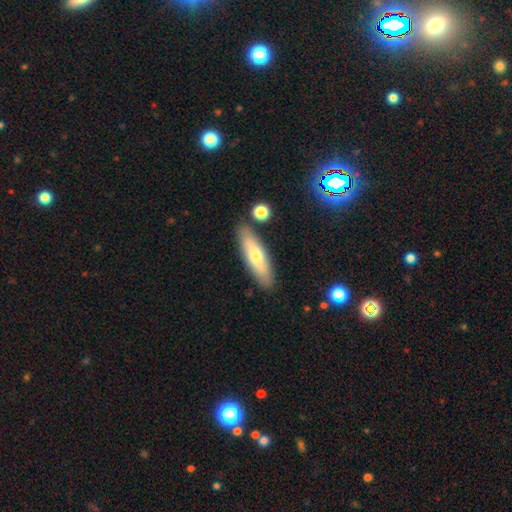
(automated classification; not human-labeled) This is likely a smooth galaxy (62%). How rounded: possibly cigar-shaped (58%). Merging: clearly none (84%).